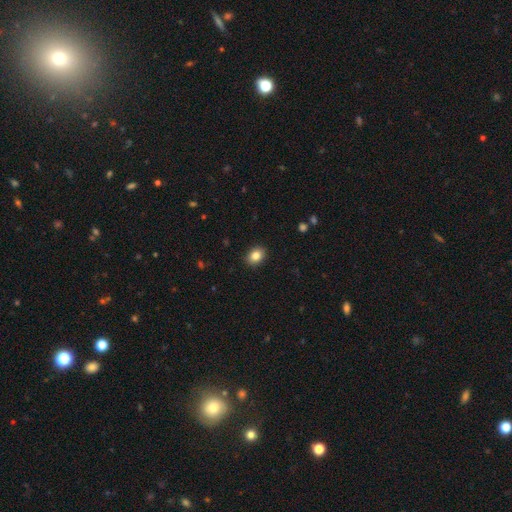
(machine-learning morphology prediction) A smooth galaxy with no disk features (85%) that is in between round and cigar-shaped (64%). Merging: none (90%).